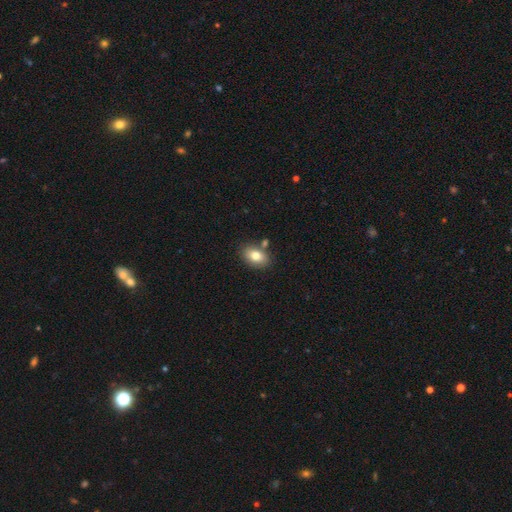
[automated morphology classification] The model was most divided on "merging": none: 76%, minor disturbance: 12%, merger: 9%, major disturbance: 3%. More confident: how rounded — in between (84%); smooth or featured — smooth (79%).